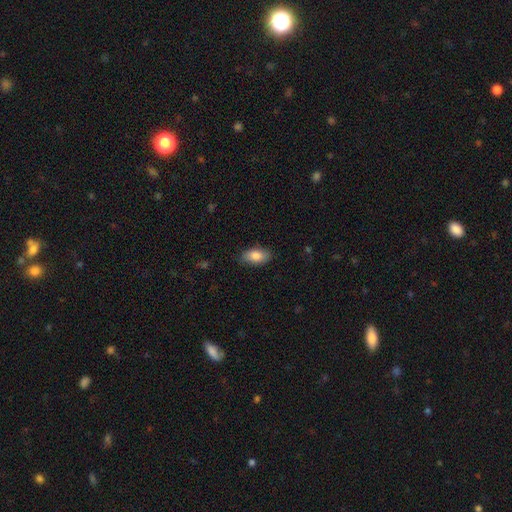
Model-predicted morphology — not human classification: smooth_or_featured: smooth (p=0.84) [alt: featured or disk p=0.09]
how_rounded: in between (p=0.92) [alt: round p=0.05]
merging: none (p=0.83) [alt: minor disturbance p=0.13]